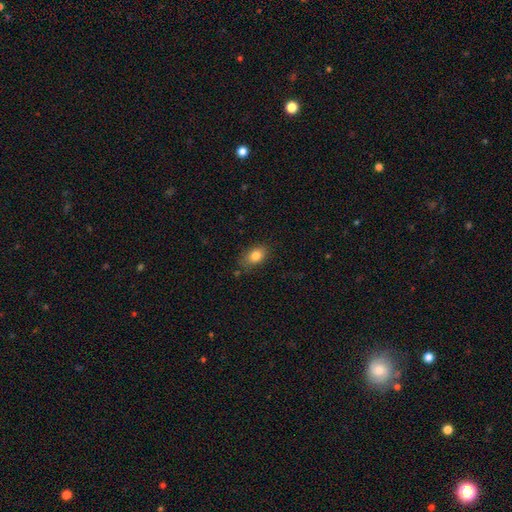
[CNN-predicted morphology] This is clearly a smooth galaxy (83%). How rounded: clearly in between (84%). Merging: likely none (76%).